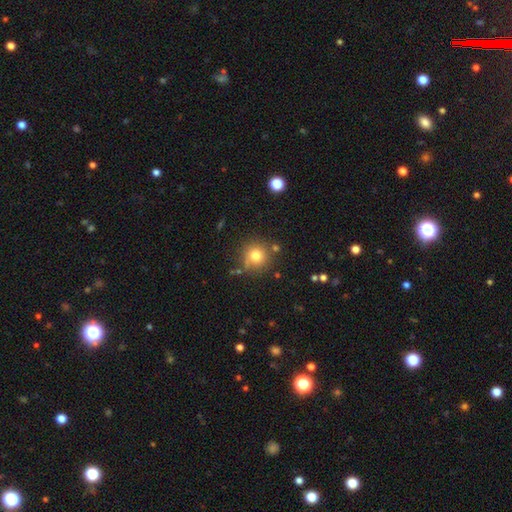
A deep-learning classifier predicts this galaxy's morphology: Overall: smooth (76%). How rounded: round (93%). Merging: none (76%).